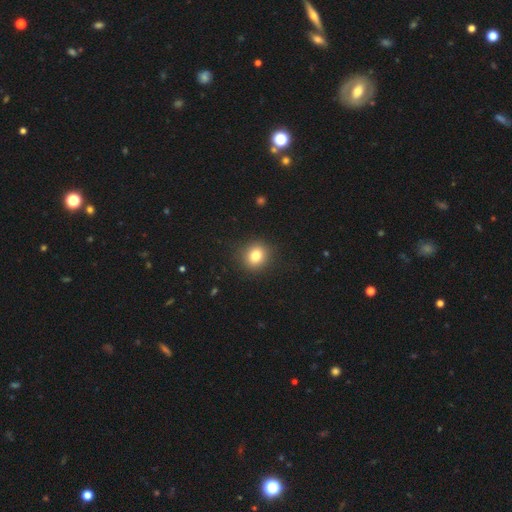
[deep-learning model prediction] Smooth or featured? smooth (81%)
How rounded? round (80%)
Merging? none (90%)